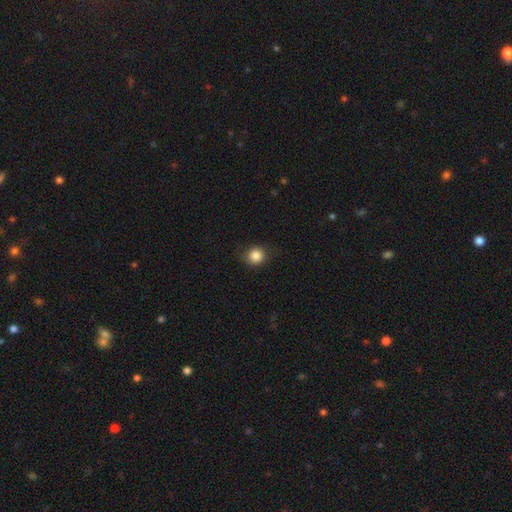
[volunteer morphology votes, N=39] Smooth or featured? 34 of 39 (87%) said smooth. How rounded? 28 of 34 (82%) said round. Merging? 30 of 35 (86%) said none.